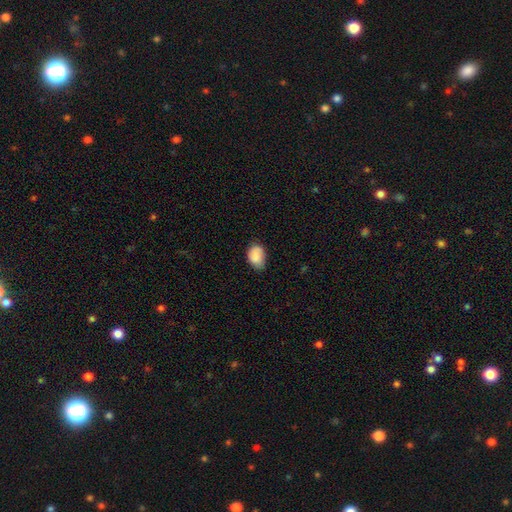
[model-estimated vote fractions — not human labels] smooth 87%, star or artifact 7%, featured or disk 6%. Down the decision tree: how rounded — in between (79%); merging — none (65%).